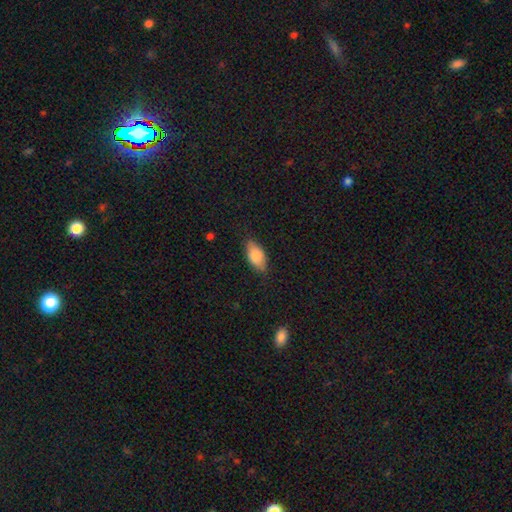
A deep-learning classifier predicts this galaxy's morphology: type=smooth (80%); roundness=in between (89%); merging=none (79%).